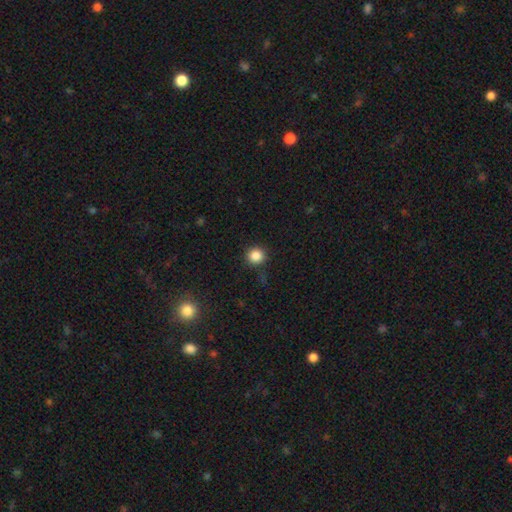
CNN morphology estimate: type=smooth (85%); roundness=round (92%); merging=none (87%).